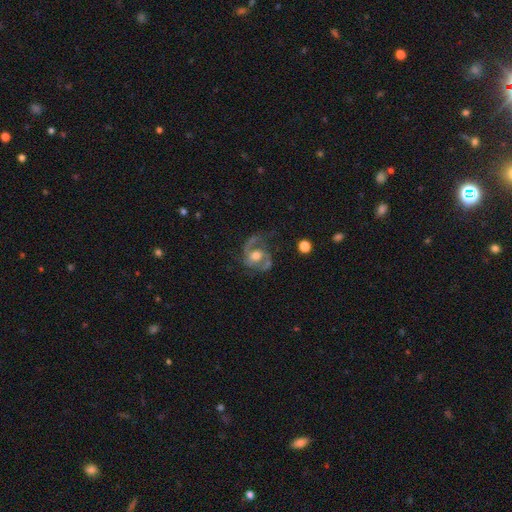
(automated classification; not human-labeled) A featured or disk galaxy (83%) with no bar (58%), 2 (79%) medium (53%) spiral arms (93%) and a moderate central bulge (63%).

Vote fractions:
- Smooth or featured? featured or disk: 83% / smooth: 11% / star or artifact: 6%
- Edge-on disk? no: 98% / yes: 2%
- Bar? no: 58% / weak: 33% / strong: 9%
- Spiral arms? yes: 93% / no: 7%
- Spiral winding? medium: 53% / loose: 25% / tight: 22%
- Spiral arm count? 2: 79% / 1: 9% / can't tell: 6% / 3: 4% / 4: 1% / more than 4: 1%
- Bulge size? moderate: 63% / large: 20% / small: 13% / none: 3% / dominant: 2%
- Merging? none: 53% / major disturbance: 23% / minor disturbance: 21% / merger: 3%